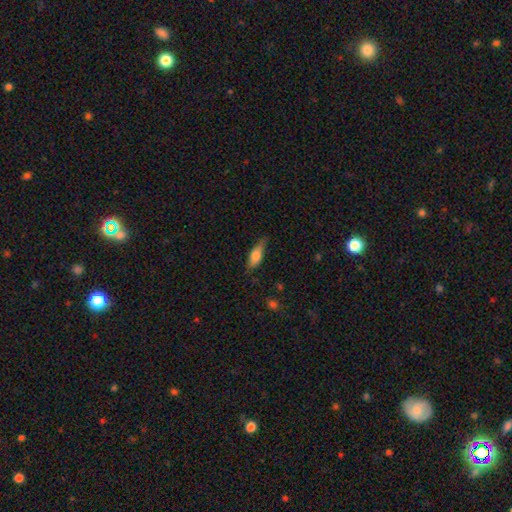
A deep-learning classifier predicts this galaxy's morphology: Smooth or featured? smooth (70%)
How rounded? in between (65%)
Merging? none (64%)